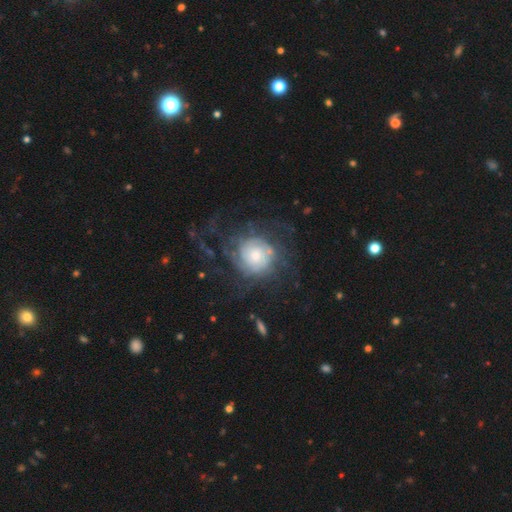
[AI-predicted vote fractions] The model was most divided on "bulge size": moderate: 43%, small: 30%, large: 21%, dominant: 3%, none: 3%. More confident: edge-on disk — no (97%); spiral arms — yes (82%); bar — no (80%); smooth or featured — featured or disk (69%); merging — none (58%); spiral winding — tight (54%); spiral arm count — can't tell (51%).